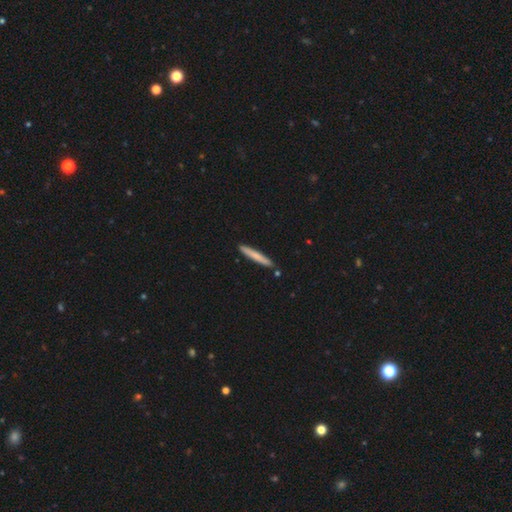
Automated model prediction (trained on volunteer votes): This appears to be a smooth galaxy with no disk features (73%) that is cigar-shaped (96%). Merging: none (89%).